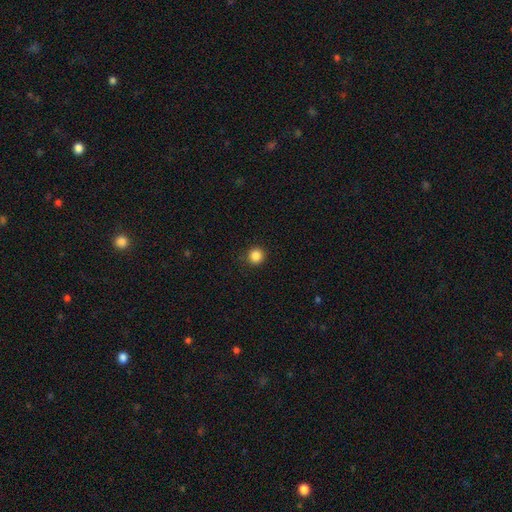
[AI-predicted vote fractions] Smooth or featured? smooth (86%)
How rounded? round (94%)
Merging? none (91%)